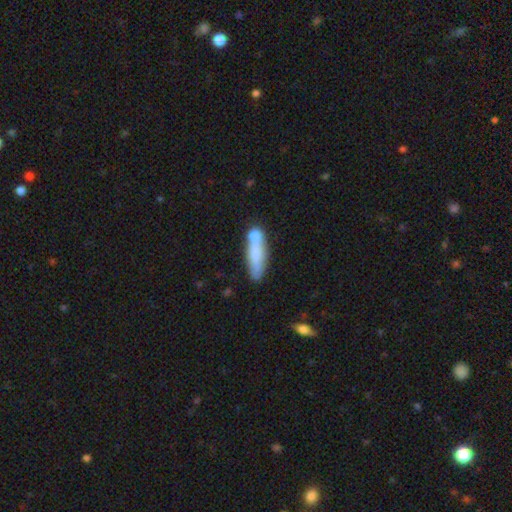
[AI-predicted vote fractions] smooth-or-featured: smooth: 71% | featured or disk: 23% | star or artifact: 6%
  how-rounded: cigar-shaped: 68% | in between: 30% | round: 2%
  merging: none: 50% | merger: 26% | minor disturbance: 18% | major disturbance: 6%